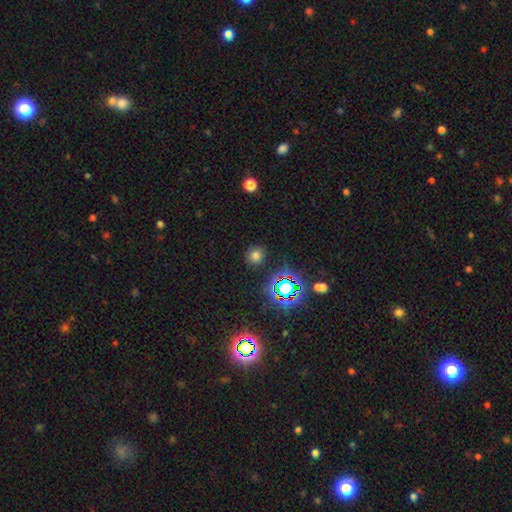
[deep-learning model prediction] Morphology: type=smooth (70%); roundness=round (85%); merging=none (88%).